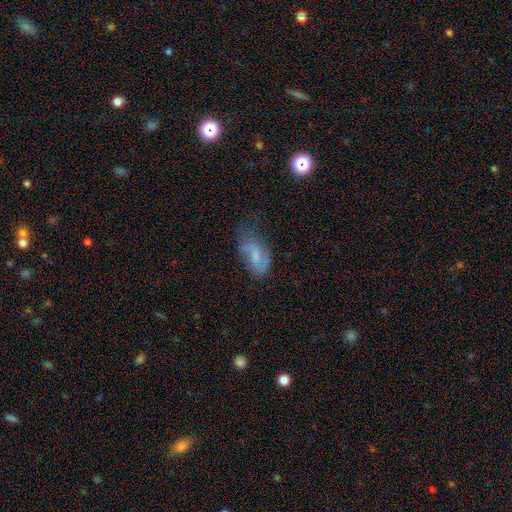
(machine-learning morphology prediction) This is possibly a smooth galaxy (47%). Merging: marginally none (42%).